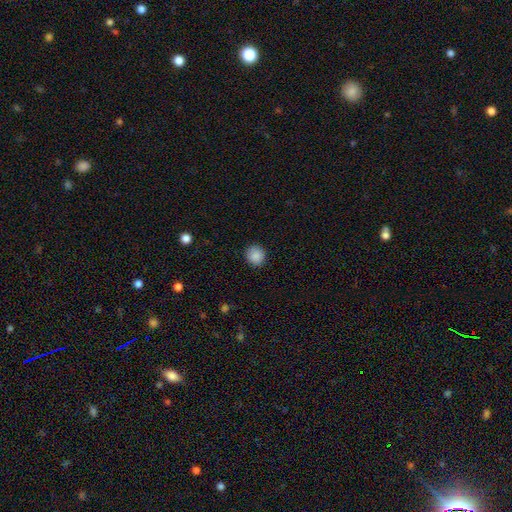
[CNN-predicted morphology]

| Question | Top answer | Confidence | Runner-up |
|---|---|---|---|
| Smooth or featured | smooth | 88% | star or artifact (9%) |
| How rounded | round | 90% | in between (9%) |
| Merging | none | 90% | minor disturbance (8%) |